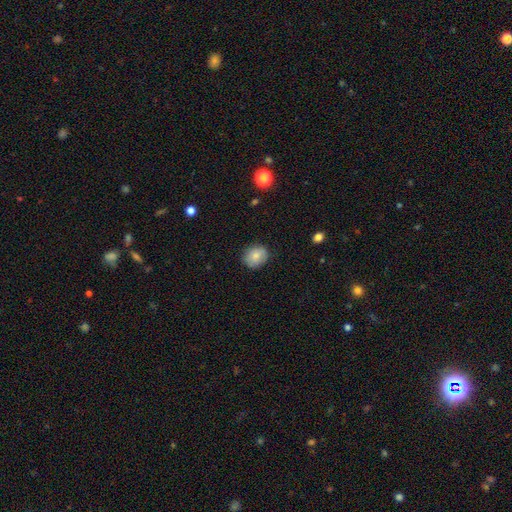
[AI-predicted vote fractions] Q: Smooth or featured?
A: smooth (82%); runner-up: featured or disk (10%)
Q: How rounded?
A: round (58%); runner-up: in between (41%)
Q: Merging?
A: none (83%); runner-up: minor disturbance (13%)